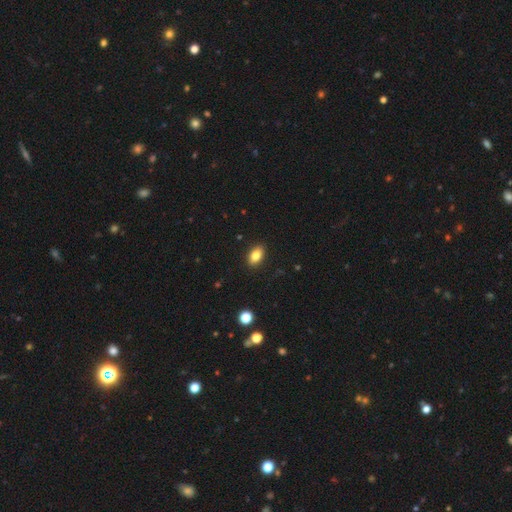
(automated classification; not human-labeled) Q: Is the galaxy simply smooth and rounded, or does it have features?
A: smooth — 83%.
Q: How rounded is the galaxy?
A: in between — 88%.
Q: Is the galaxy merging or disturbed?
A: none — 89%.